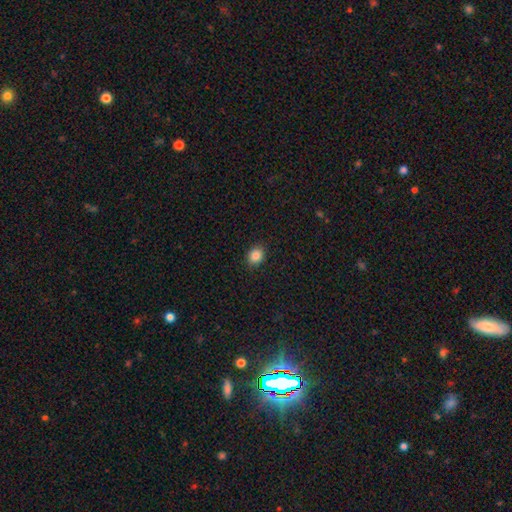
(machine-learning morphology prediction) Smooth or featured?
  - smooth: 86% *
  - star or artifact: 10%
  - featured or disk: 5%
How rounded?
  - round: 50% *
  - in between: 49%
  - cigar-shaped: 1%
Merging?
  - none: 90% *
  - minor disturbance: 7%
  - major disturbance: 2%
  - merger: 1%